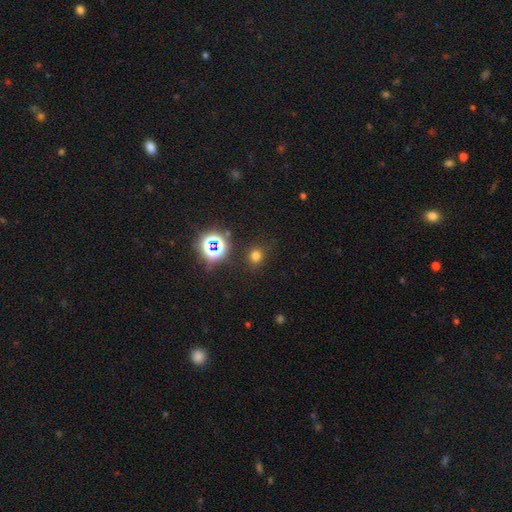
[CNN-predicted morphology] Smooth or featured? smooth (68%)
How rounded? round (81%)
Merging? none (86%)